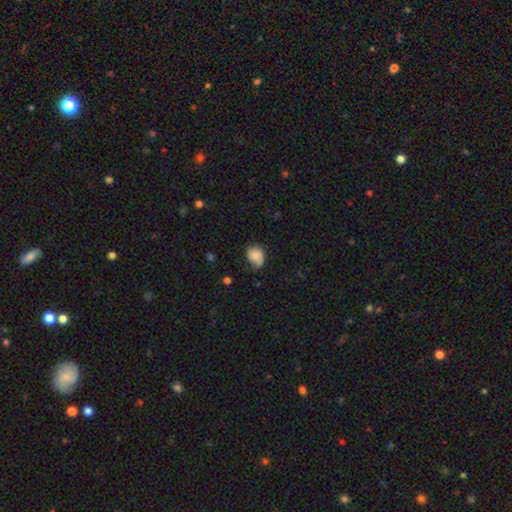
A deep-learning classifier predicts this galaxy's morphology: Smooth or featured?
  - smooth: 62% *
  - featured or disk: 29%
  - star or artifact: 9%
How rounded?
  - round: 50% *
  - in between: 49%
  - cigar-shaped: 1%
Merging?
  - none: 47% *
  - minor disturbance: 34%
  - major disturbance: 16%
  - merger: 2%